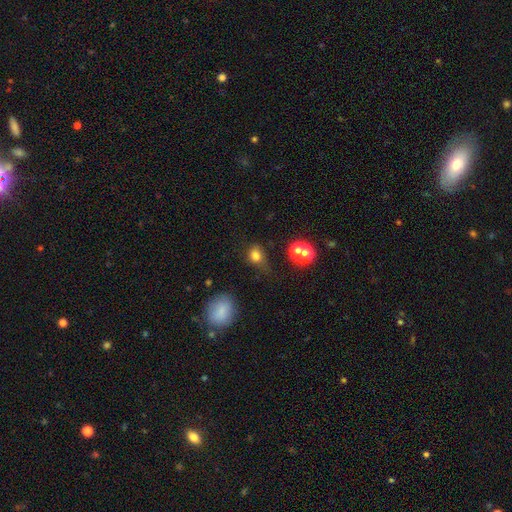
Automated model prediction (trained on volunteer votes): The model was most divided on "how rounded": round: 59%, in between: 40%, cigar-shaped: 2%. More confident: smooth or featured — smooth (77%); merging — none (52%).